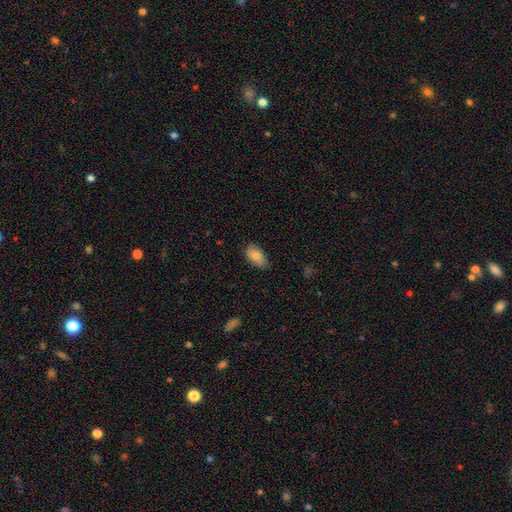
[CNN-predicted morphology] A smooth galaxy with no disk features (78%) that is in between round and cigar-shaped (93%). Merging: none (77%).